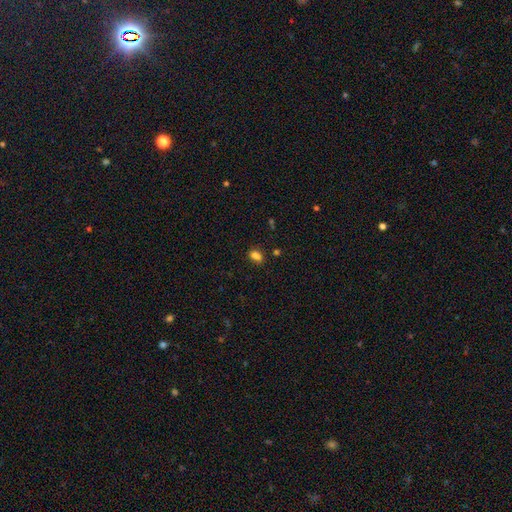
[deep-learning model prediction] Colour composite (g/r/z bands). It shows a smooth galaxy with no disk features (77%) that is in between round and cigar-shaped (71%). Merging: none (64%).